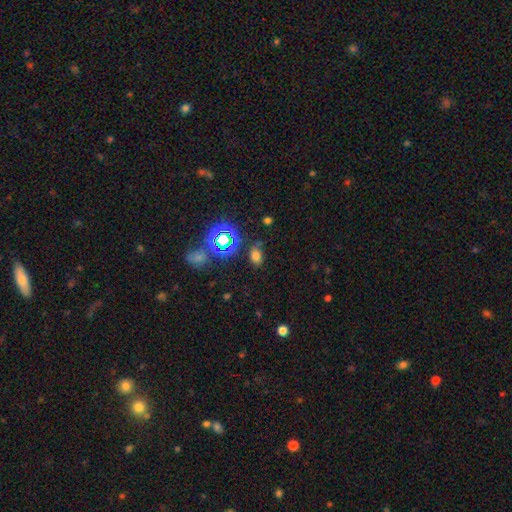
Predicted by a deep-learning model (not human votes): A smooth galaxy with no disk features (61%) that is in between round and cigar-shaped (77%).

Vote fractions:
- Smooth or featured? smooth: 61% / star or artifact: 31% / featured or disk: 7%
- How rounded? in between: 77% / round: 22% / cigar-shaped: 2%
- Merging? none: 73% / minor disturbance: 16% / major disturbance: 6% / merger: 5%